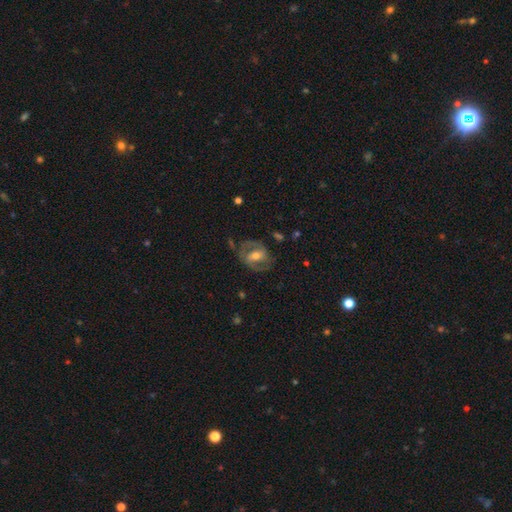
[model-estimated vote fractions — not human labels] A featured or disk galaxy (79%) with a weak bar (42%), 2 (85%) medium (53%) spiral arms (88%) and a moderate central bulge (62%).

Vote fractions:
- Smooth or featured? featured or disk: 79% / smooth: 15% / star or artifact: 6%
- Edge-on disk? no: 97% / yes: 3%
- Bar? weak: 42% / strong: 30% / no: 28%
- Spiral arms? yes: 88% / no: 12%
- Spiral winding? medium: 53% / tight: 27% / loose: 19%
- Spiral arm count? 2: 85% / can't tell: 7% / 1: 3% / 3: 2% / 4: 1% / more than 4: 1%
- Bulge size? moderate: 62% / small: 29% / large: 6% / none: 1% / dominant: 1%
- Merging? none: 67% / minor disturbance: 18% / major disturbance: 13% / merger: 2%